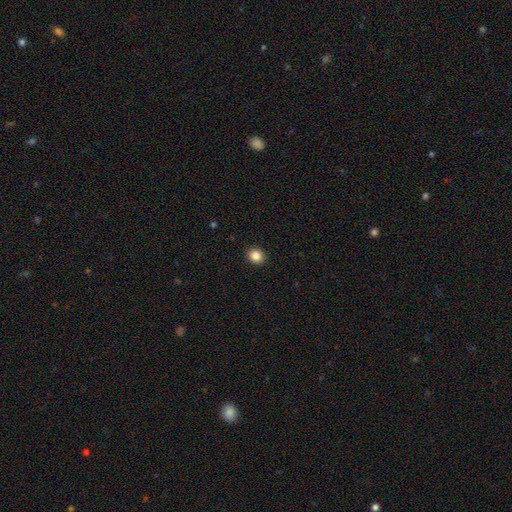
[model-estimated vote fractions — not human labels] This appears to be a smooth galaxy with no disk features (86%) that is round (76%). Merging: none (92%).